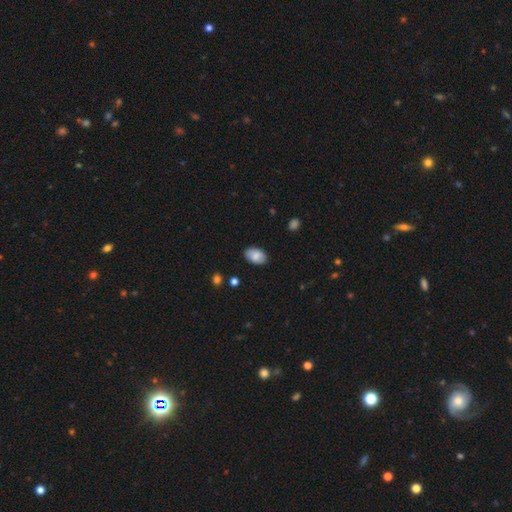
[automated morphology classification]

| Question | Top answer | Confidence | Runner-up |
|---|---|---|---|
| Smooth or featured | smooth | 81% | featured or disk (12%) |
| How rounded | in between | 91% | round (8%) |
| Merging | none | 85% | minor disturbance (11%) |